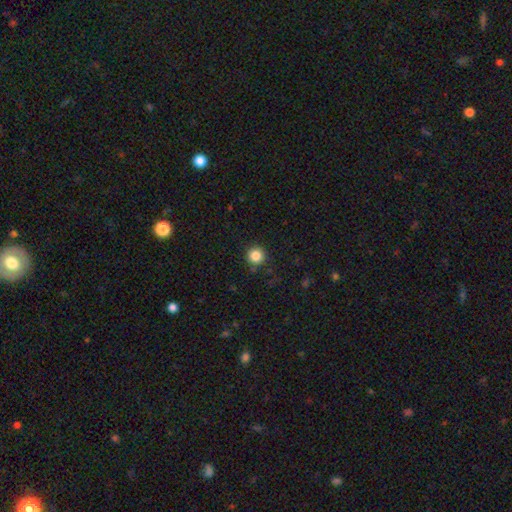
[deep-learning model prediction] A smooth galaxy with no disk features (85%) that is round (95%).

Vote fractions:
- Smooth or featured? smooth: 85% / star or artifact: 11% / featured or disk: 4%
- How rounded? round: 95% / in between: 4% / cigar-shaped: 1%
- Merging? none: 89% / minor disturbance: 7% / major disturbance: 2% / merger: 2%